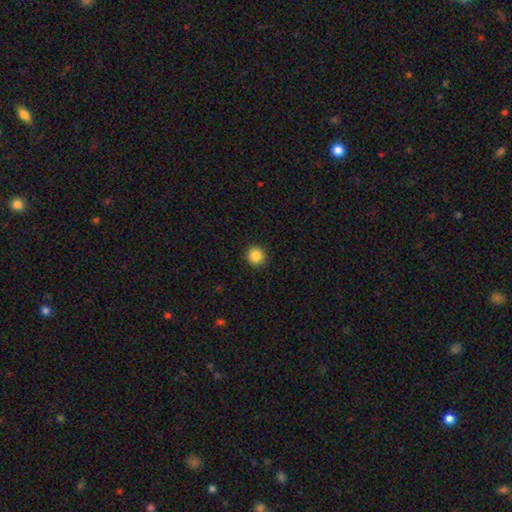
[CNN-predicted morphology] A smooth galaxy with no disk features (86%) that is round (93%). Merging: none (93%).